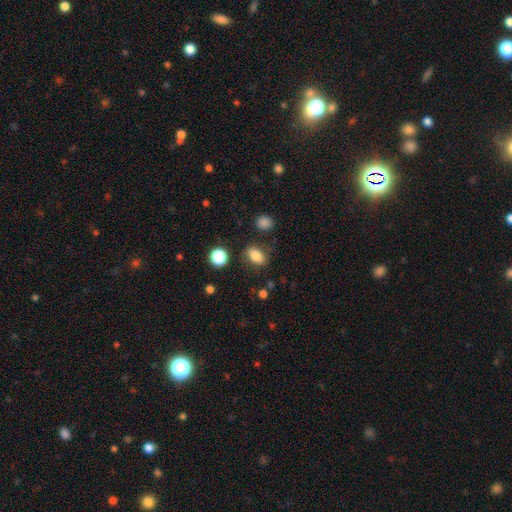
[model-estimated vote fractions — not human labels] A smooth galaxy with no disk features (82%) that is in between round and cigar-shaped (80%).

Vote fractions:
- Smooth or featured? smooth: 82% / star or artifact: 11% / featured or disk: 7%
- How rounded? in between: 80% / round: 18% / cigar-shaped: 2%
- Merging? none: 80% / minor disturbance: 13% / major disturbance: 4% / merger: 3%